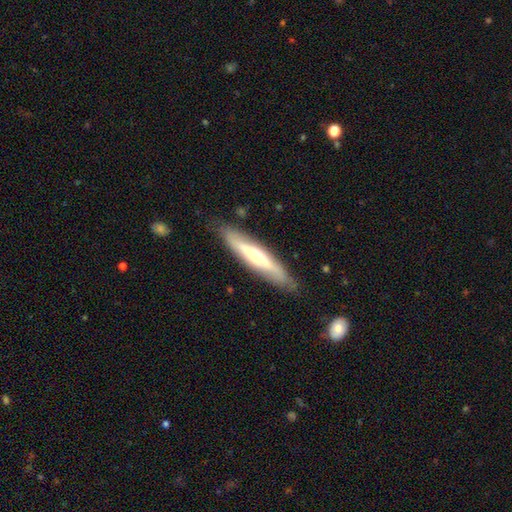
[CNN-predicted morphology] This appears to be a featured or disk galaxy (55%) viewed edge-on (74%). Merging: none (82%).